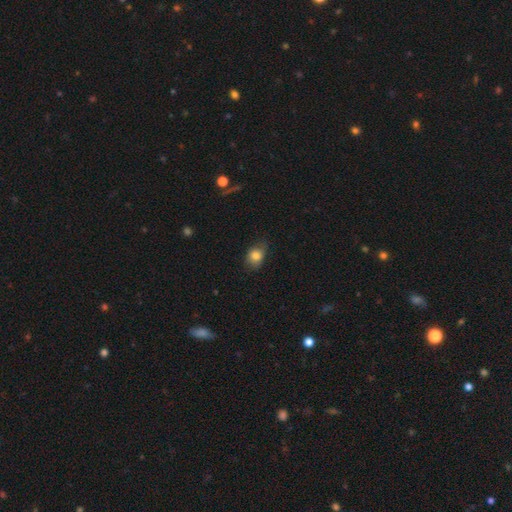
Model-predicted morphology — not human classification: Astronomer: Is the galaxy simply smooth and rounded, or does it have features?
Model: smooth — 82%.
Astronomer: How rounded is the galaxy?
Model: in between — 53% (runner-up: round, 46%).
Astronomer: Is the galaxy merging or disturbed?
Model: none — 63%.